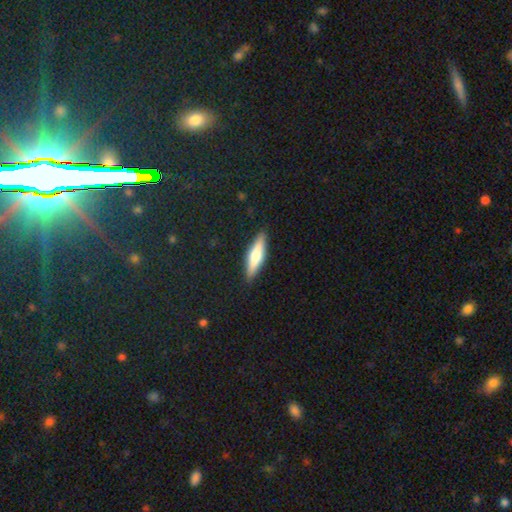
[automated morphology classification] Q: Smooth or featured?
A: smooth (57%); runner-up: featured or disk (37%)
Q: How rounded?
A: cigar-shaped (71%); runner-up: in between (27%)
Q: Merging?
A: none (88%); runner-up: minor disturbance (9%)